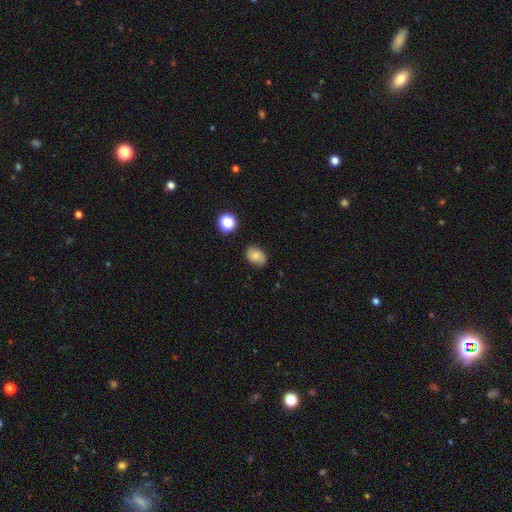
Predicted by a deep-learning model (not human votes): A smooth galaxy with no disk features (71%) that is in between round and cigar-shaped (74%). Merging: none (81%).